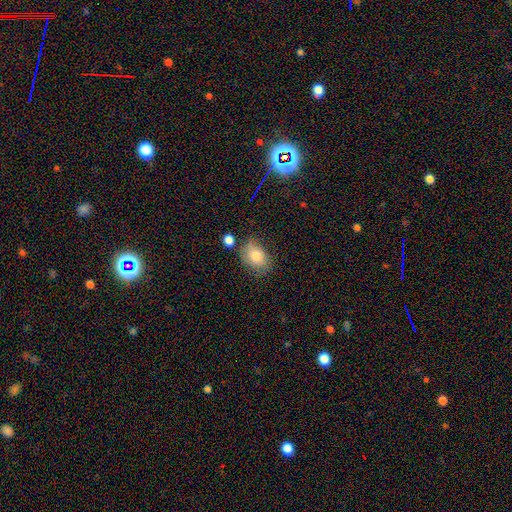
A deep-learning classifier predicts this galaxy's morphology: The model was most divided on "merging": none: 60%, minor disturbance: 26%, major disturbance: 8%, merger: 7%. More confident: smooth or featured — smooth (76%); how rounded — in between (67%).